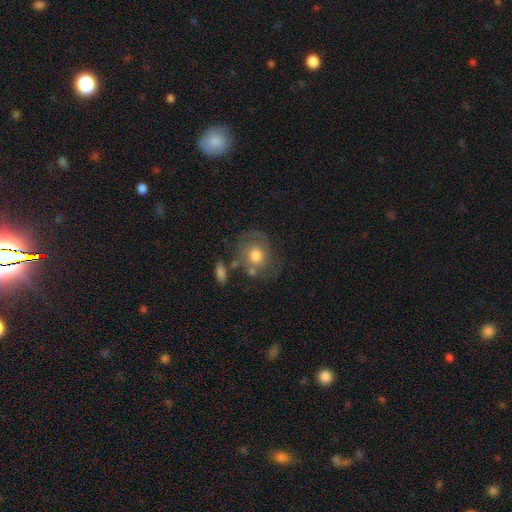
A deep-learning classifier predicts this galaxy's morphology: smooth-or-featured: smooth: 51% | featured or disk: 40% | star or artifact: 10%
  how-rounded: round: 77% | in between: 22% | cigar-shaped: 1%
  merging: none: 61% | minor disturbance: 20% | major disturbance: 11% | merger: 8%